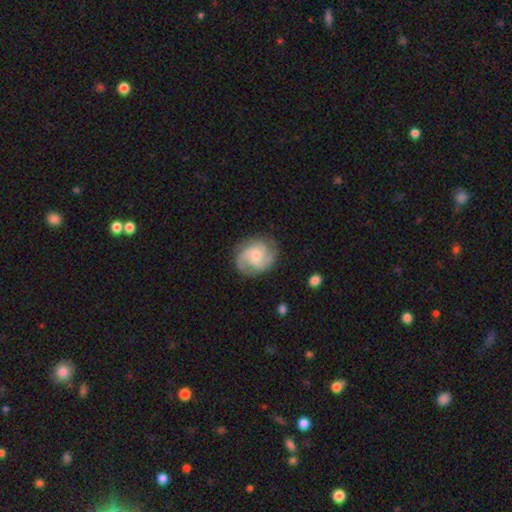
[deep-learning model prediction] Smooth or featured? featured or disk (83%)
Edge-on disk? no (98%)
Bar? no (62%)
Spiral arms? yes (97%)
Spiral winding? medium (49%)
Spiral arm count? 2 (39%)
Bulge size? small (57%)
Merging? none (79%)